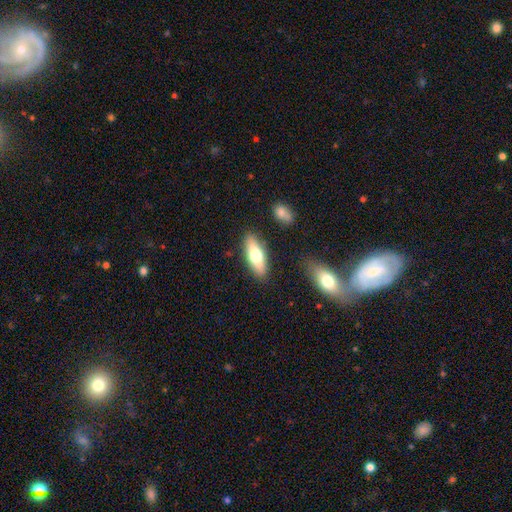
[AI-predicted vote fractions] This is likely a smooth galaxy (61%). How rounded: likely in between (62%). Merging: clearly none (85%).